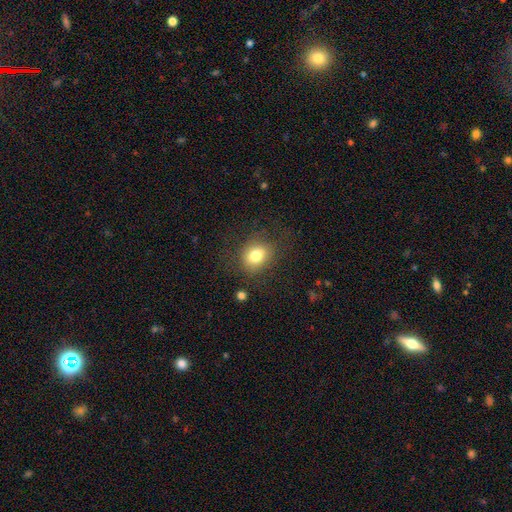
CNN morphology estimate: The model was most divided on "how rounded": round: 58%, in between: 41%, cigar-shaped: 1%. More confident: merging — none (78%); smooth or featured — smooth (77%).